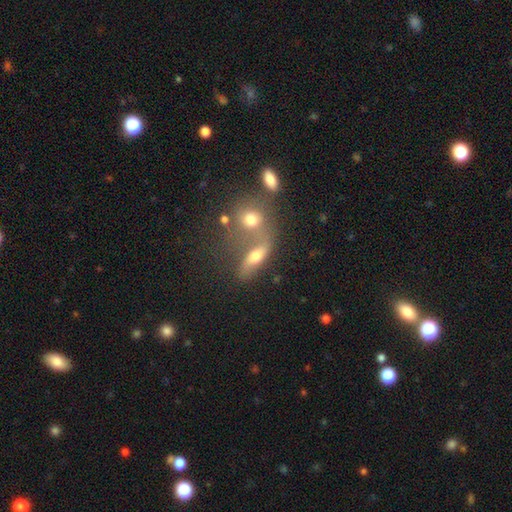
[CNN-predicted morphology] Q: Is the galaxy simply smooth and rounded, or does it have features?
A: smooth — 52%.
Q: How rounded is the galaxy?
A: in between — 58%.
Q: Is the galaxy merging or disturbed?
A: merger — 43%.